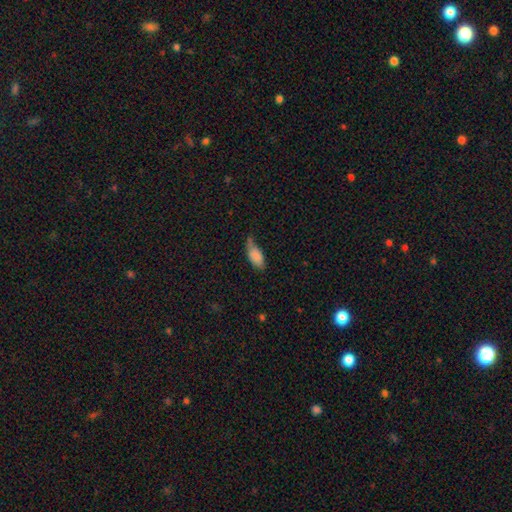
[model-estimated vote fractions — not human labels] This is clearly a smooth galaxy (83%). How rounded: clearly in between (89%). Merging: marginally minor disturbance (44%).